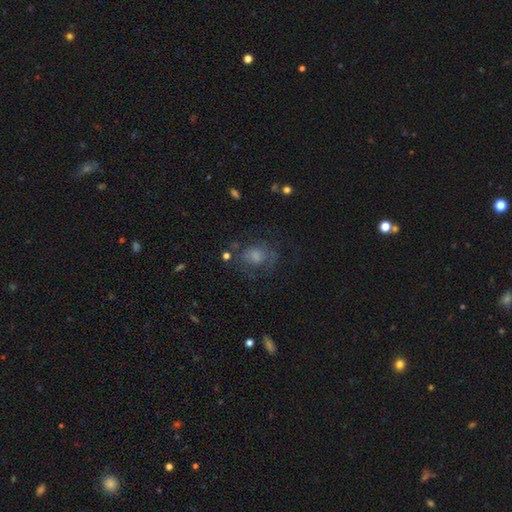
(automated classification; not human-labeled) This is marginally a featured or disk galaxy (42%). Merging: possibly none (59%).